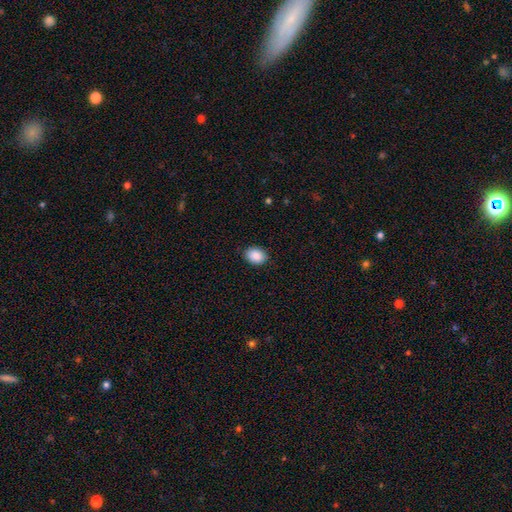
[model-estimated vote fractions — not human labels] This appears to be a smooth galaxy with no disk features (90%) that is in between round and cigar-shaped (70%). Merging: none (88%).